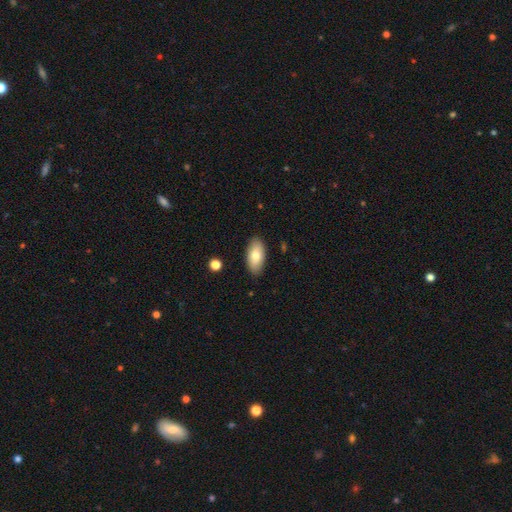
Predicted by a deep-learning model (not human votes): Smooth or featured? smooth (77%)
How rounded? in between (91%)
Merging? none (87%)